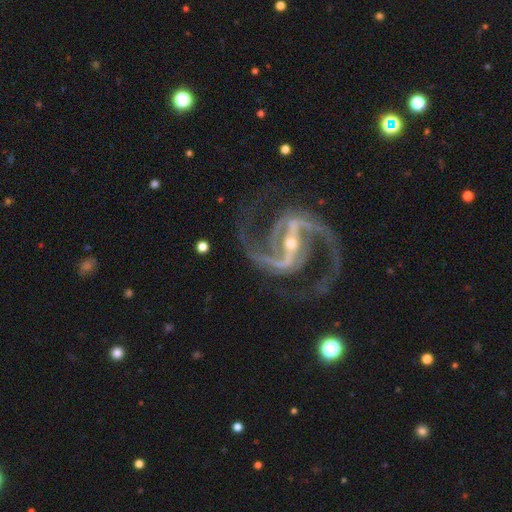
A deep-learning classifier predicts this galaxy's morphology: Smooth or featured?
  - featured or disk: 94% *
  - star or artifact: 4%
  - smooth: 2%
Edge-on disk?
  - no: 98% *
  - yes: 2%
Bar?
  - strong: 57% *
  - weak: 29%
  - no: 14%
Spiral arms?
  - yes: 99% *
  - no: 1%
Spiral winding?
  - medium: 64% *
  - loose: 21%
  - tight: 15%
Spiral arm count?
  - 2: 94% *
  - 3: 2%
  - can't tell: 1%
  - 1: 1%
  - 4: 1%
  - more than 4: 1%
Bulge size?
  - small: 73% *
  - moderate: 22%
  - none: 2%
  - large: 1%
  - dominant: 1%
Merging?
  - none: 78% *
  - minor disturbance: 13%
  - major disturbance: 7%
  - merger: 2%